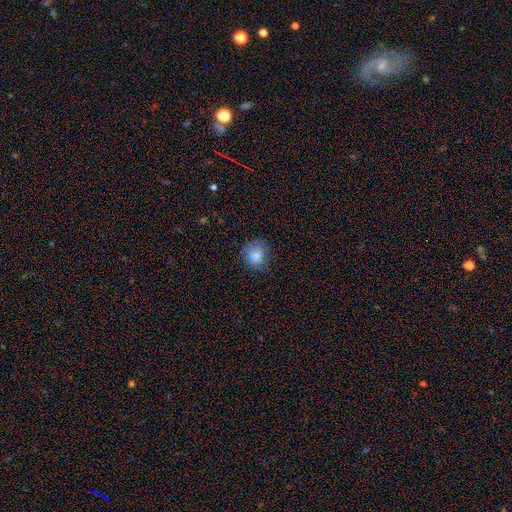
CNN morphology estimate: This is clearly a smooth galaxy (82%). How rounded: likely round (79%). Merging: likely none (71%).